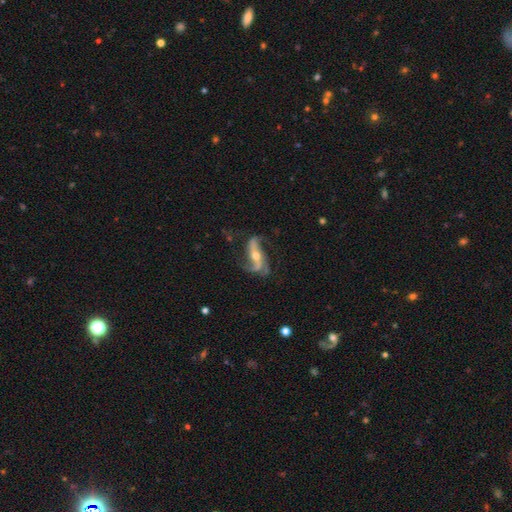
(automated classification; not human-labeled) Overall: featured or disk (84%). Edge-on disk: no (90%). Bar: strong (40%; no 34%). Spiral arms: yes (94%). Spiral arm count: 2 (79%). Spiral winding: loose (71%). Bulge size: moderate (61%; small 33%). Merging: none (62%).